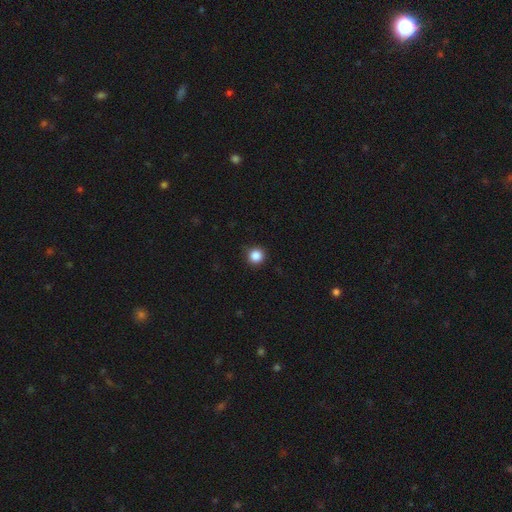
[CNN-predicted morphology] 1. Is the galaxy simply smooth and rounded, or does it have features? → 86% smooth, 11% star or artifact, 3% featured or disk.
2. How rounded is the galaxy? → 95% round, 4% in between, 1% cigar-shaped.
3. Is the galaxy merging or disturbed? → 91% none, 7% minor disturbance, 2% major disturbance, 1% merger.